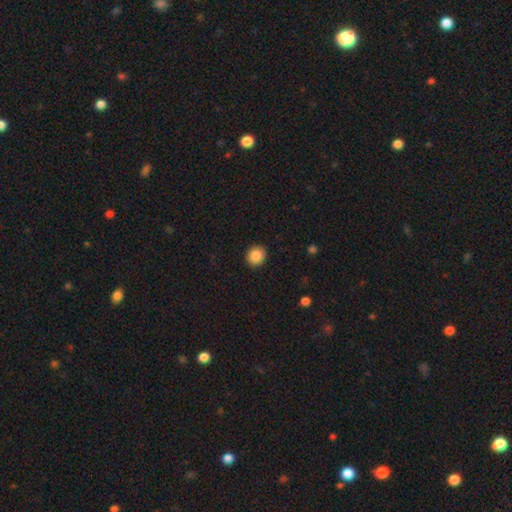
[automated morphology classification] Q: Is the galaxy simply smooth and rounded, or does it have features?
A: smooth — 86%.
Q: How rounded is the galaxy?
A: round — 85%.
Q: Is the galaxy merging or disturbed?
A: none — 92%.